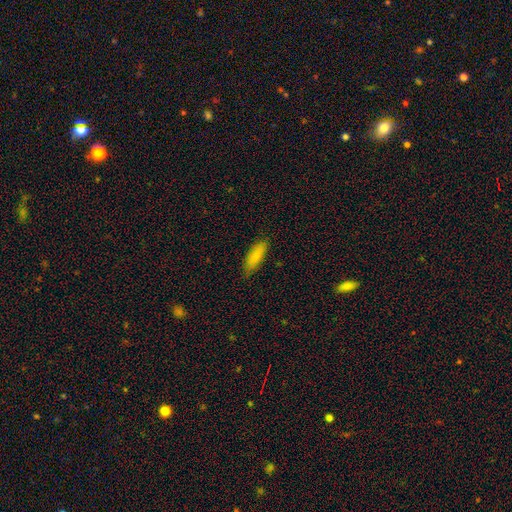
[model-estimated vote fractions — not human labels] Smooth or featured? Predicted: smooth (p=0.82). How rounded? Predicted: in between (p=0.65). Merging? Predicted: none (p=0.81).